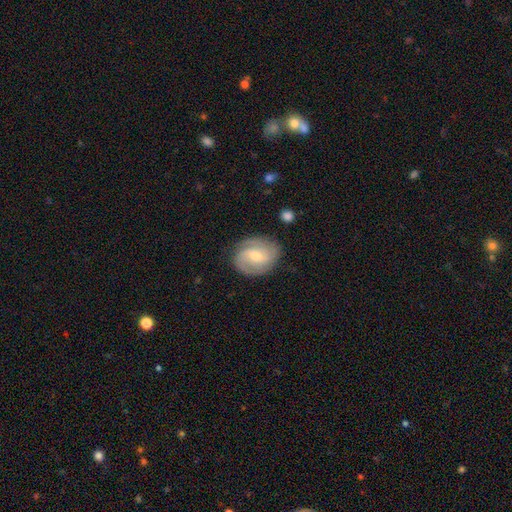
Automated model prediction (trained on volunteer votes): Smooth or featured?
  - featured or disk: 73% *
  - smooth: 22%
  - star or artifact: 6%
Edge-on disk?
  - no: 97% *
  - yes: 3%
Bar?
  - weak: 47% *
  - no: 41%
  - strong: 12%
Spiral arms?
  - yes: 92% *
  - no: 8%
Spiral winding?
  - medium: 44% *
  - tight: 38%
  - loose: 18%
Spiral arm count?
  - 2: 58% *
  - 3: 17%
  - can't tell: 15%
  - 1: 5%
  - 4: 3%
  - more than 4: 3%
Bulge size?
  - moderate: 53% *
  - small: 42%
  - large: 2%
  - none: 1%
  - dominant: 1%
Merging?
  - none: 78% *
  - minor disturbance: 16%
  - major disturbance: 5%
  - merger: 1%